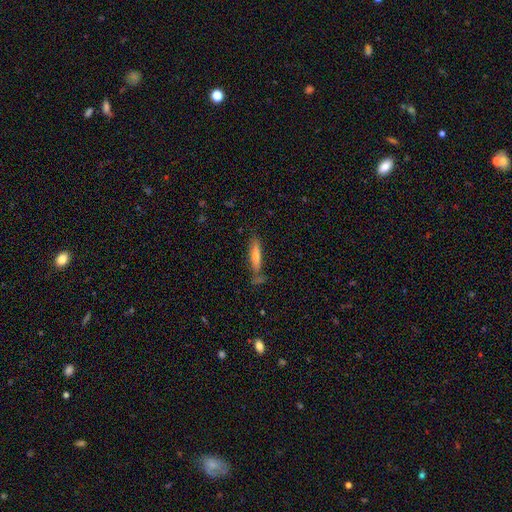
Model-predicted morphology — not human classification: A smooth galaxy with no disk features (62%) that is cigar-shaped (86%).

Vote fractions:
- Smooth or featured? smooth: 62% / featured or disk: 29% / star or artifact: 8%
- How rounded? cigar-shaped: 86% / in between: 13% / round: 2%
- Merging? none: 69% / minor disturbance: 17% / merger: 9% / major disturbance: 5%